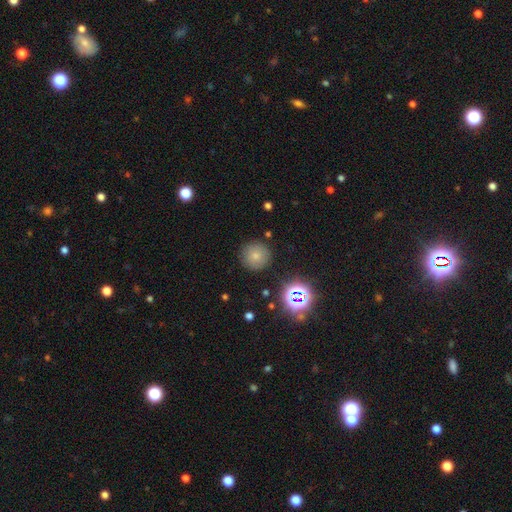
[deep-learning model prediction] Smooth or featured? smooth (73%)
How rounded? round (95%)
Merging? none (88%)